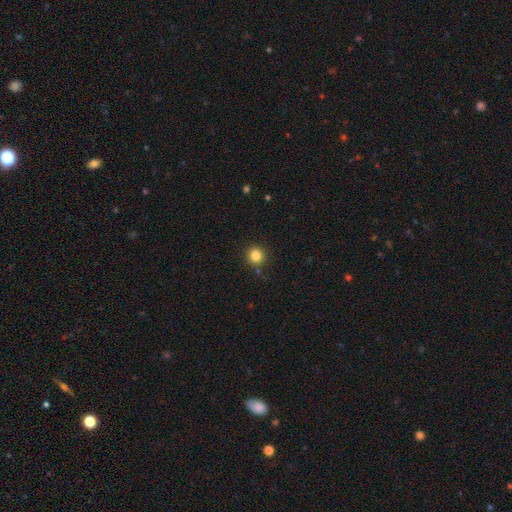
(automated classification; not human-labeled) A smooth galaxy with no disk features (84%) that is round (93%). Merging: none (89%).